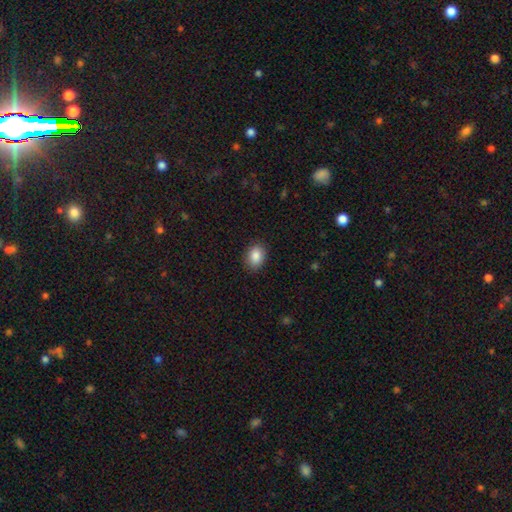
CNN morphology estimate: This appears to be a smooth galaxy with no disk features (87%) that is in between round and cigar-shaped (72%). Merging: none (87%).